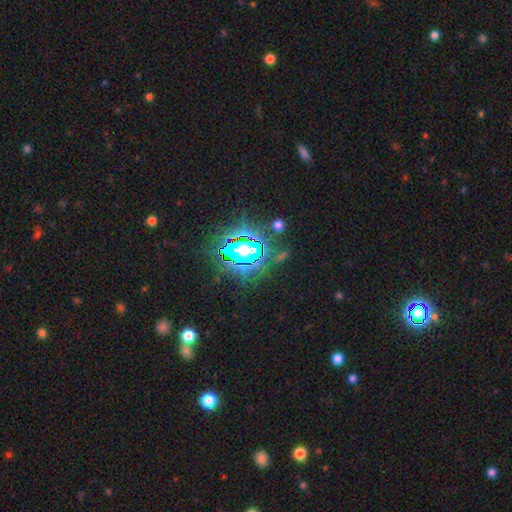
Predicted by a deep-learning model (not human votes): star or artifact 85%, smooth 9%, featured or disk 6%.